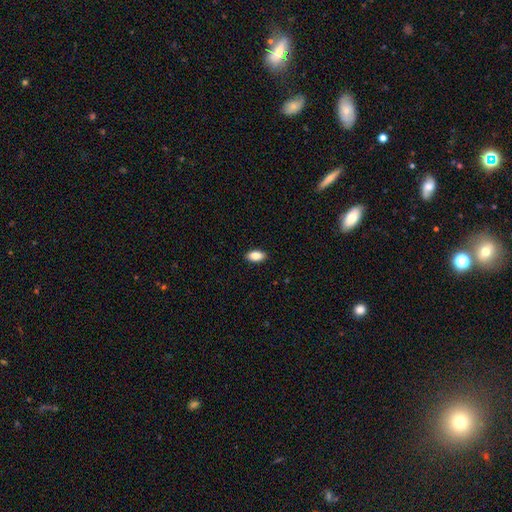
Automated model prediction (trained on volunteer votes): smooth 89%, star or artifact 7%, featured or disk 4%. Down the decision tree: how rounded — in between (92%); merging — none (90%).